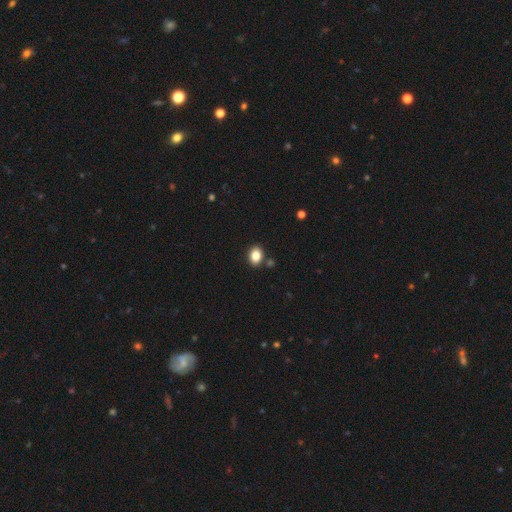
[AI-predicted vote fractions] Q: Smooth or featured?
A: smooth (84%); runner-up: star or artifact (10%)
Q: How rounded?
A: in between (60%); runner-up: round (39%)
Q: Merging?
A: none (84%); runner-up: minor disturbance (9%)